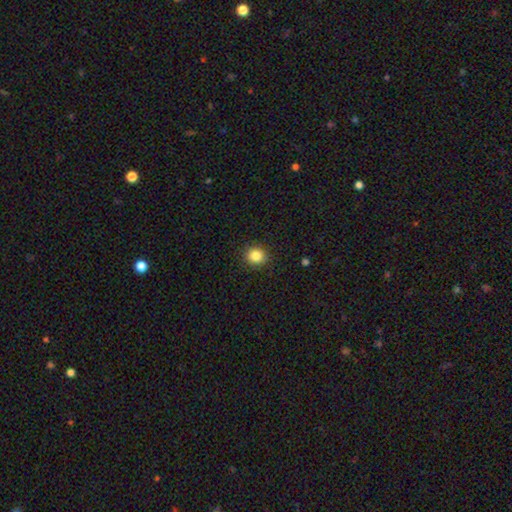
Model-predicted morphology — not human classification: This appears to be a smooth galaxy with no disk features (84%) that is round (84%). Merging: none (91%).